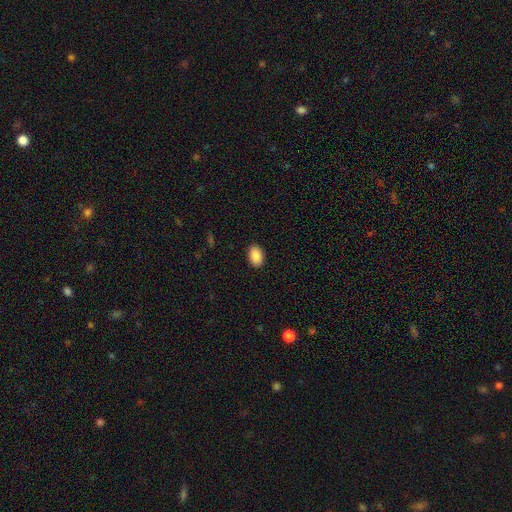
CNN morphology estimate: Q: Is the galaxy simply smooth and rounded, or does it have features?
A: smooth — 89%.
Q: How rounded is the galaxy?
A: in between — 90%.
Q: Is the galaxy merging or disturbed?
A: none — 90%.